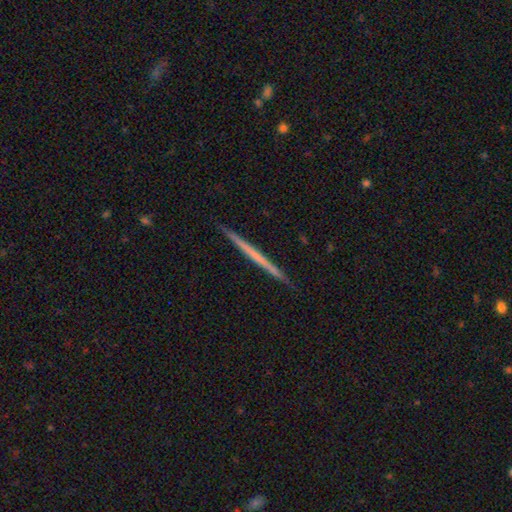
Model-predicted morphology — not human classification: smooth_or_featured: featured or disk (p=0.57) [alt: smooth p=0.38]
disk_edge_on: yes (p=0.98) [alt: no p=0.02]
edge_on_bulge: none (p=0.92) [alt: rounded p=0.05]
merging: none (p=0.92) [alt: minor disturbance p=0.05]